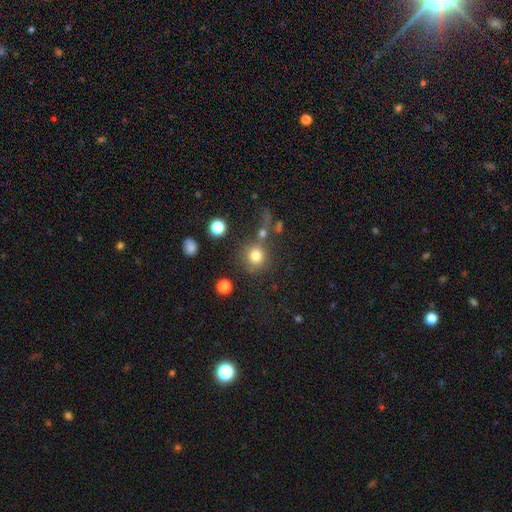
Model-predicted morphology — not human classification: A smooth galaxy with no disk features (79%) that is round (90%). Merging: none (68%).